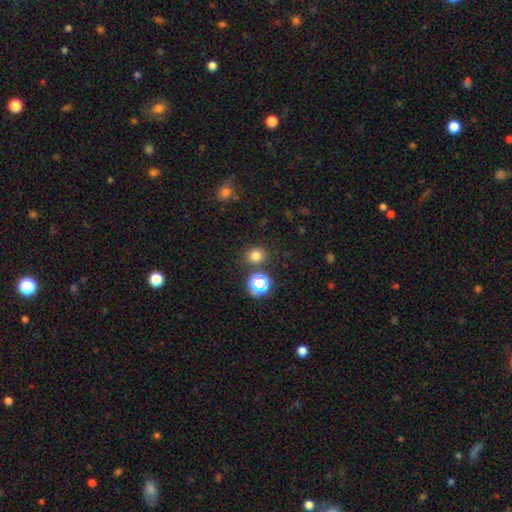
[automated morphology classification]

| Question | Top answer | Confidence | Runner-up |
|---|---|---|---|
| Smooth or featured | smooth | 73% | star or artifact (21%) |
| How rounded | round | 77% | in between (22%) |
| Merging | none | 83% | minor disturbance (8%) |